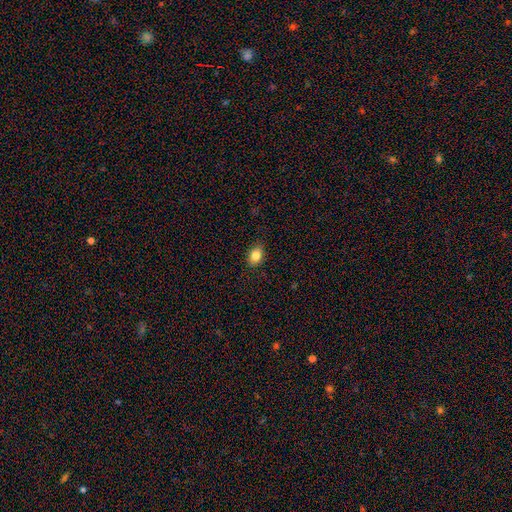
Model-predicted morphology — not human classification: Smooth or featured? Predicted: smooth (p=0.84). How rounded? Predicted: in between (p=0.70). Merging? Predicted: none (p=0.86).